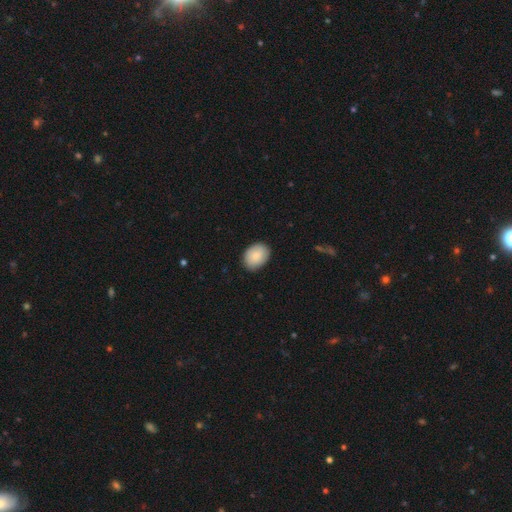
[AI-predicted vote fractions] smooth_or_featured: smooth (p=0.88) [alt: featured or disk p=0.06]
how_rounded: in between (p=0.71) [alt: round p=0.28]
merging: none (p=0.85) [alt: minor disturbance p=0.12]